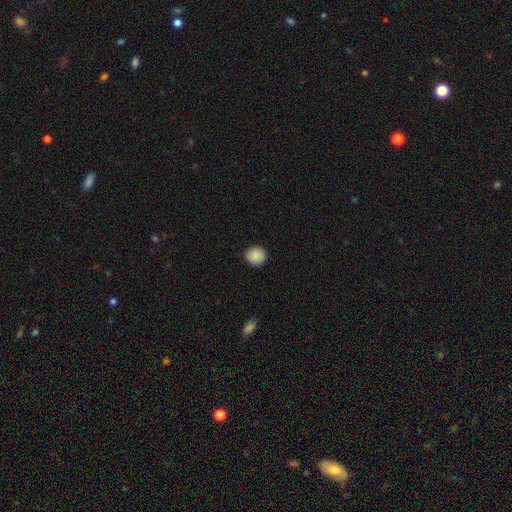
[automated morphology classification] smooth_or_featured: smooth (p=0.88) [alt: star or artifact p=0.08]
how_rounded: round (p=0.91) [alt: in between p=0.08]
merging: none (p=0.91) [alt: minor disturbance p=0.06]